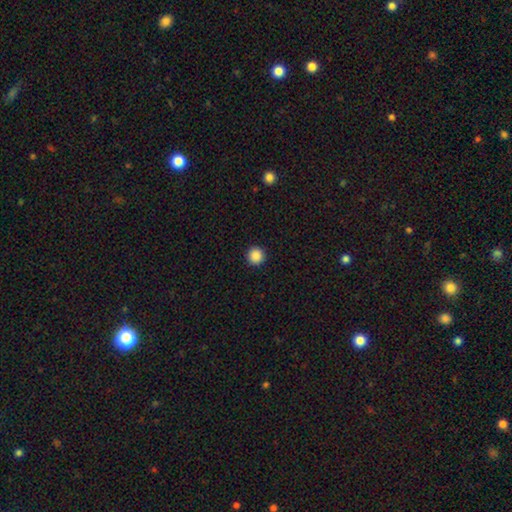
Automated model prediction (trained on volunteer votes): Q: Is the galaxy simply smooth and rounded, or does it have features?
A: smooth — 88%.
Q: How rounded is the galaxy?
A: round — 96%.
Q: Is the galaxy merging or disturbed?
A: none — 93%.